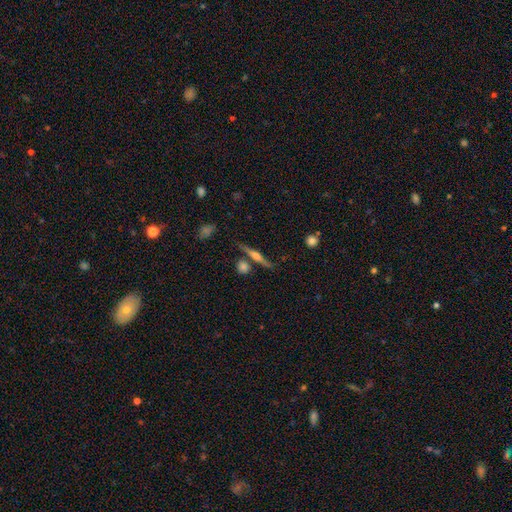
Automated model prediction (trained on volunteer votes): Smooth or featured: featured or disk — 67% (smooth — 25%)
Edge-on disk: yes — 96% (no — 4%)
Edge-on bulge: rounded — 80% (boxy — 12%)
Merging: none — 77% (minor disturbance — 11%)